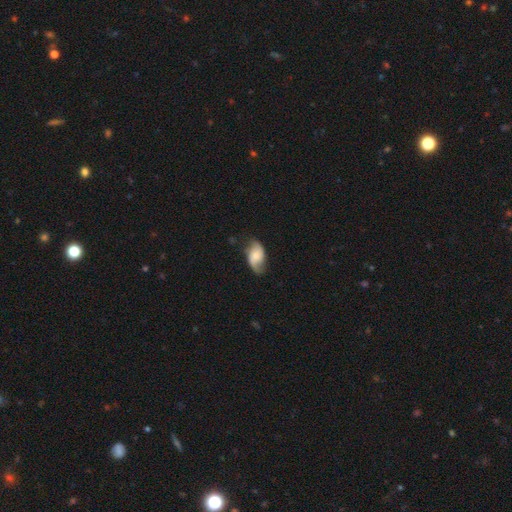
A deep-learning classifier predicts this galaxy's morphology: type=featured or disk (58%); edge-on=no (95%); bar=no (67%); spiral arms=yes (90%); bulge=small (45%); merging=none (68%).